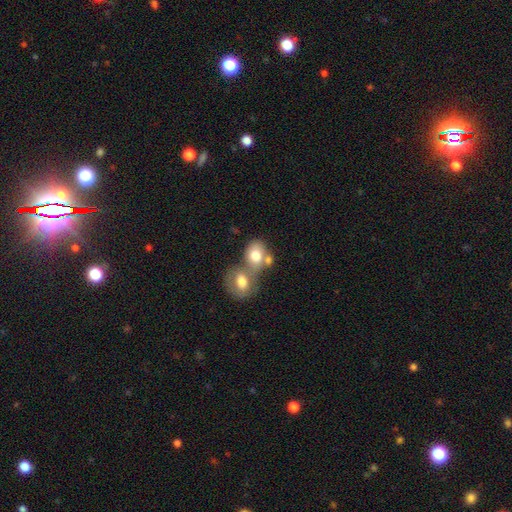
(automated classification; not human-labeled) Smooth or featured?
  - smooth: 73% *
  - featured or disk: 19%
  - star or artifact: 8%
How rounded?
  - in between: 51% *
  - round: 48%
  - cigar-shaped: 1%
Merging?
  - merger: 63% *
  - none: 23%
  - minor disturbance: 9%
  - major disturbance: 5%